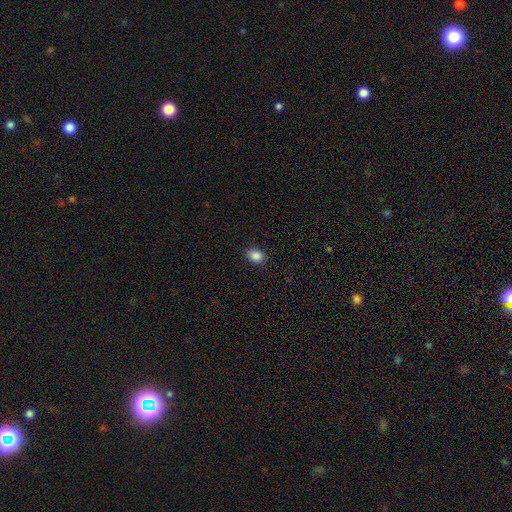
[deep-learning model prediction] A smooth galaxy with no disk features (88%) that is in between round and cigar-shaped (62%).

Vote fractions:
- Smooth or featured? smooth: 88% / star or artifact: 9% / featured or disk: 3%
- How rounded? in between: 62% / round: 37% / cigar-shaped: 1%
- Merging? none: 89% / minor disturbance: 8% / major disturbance: 2% / merger: 1%